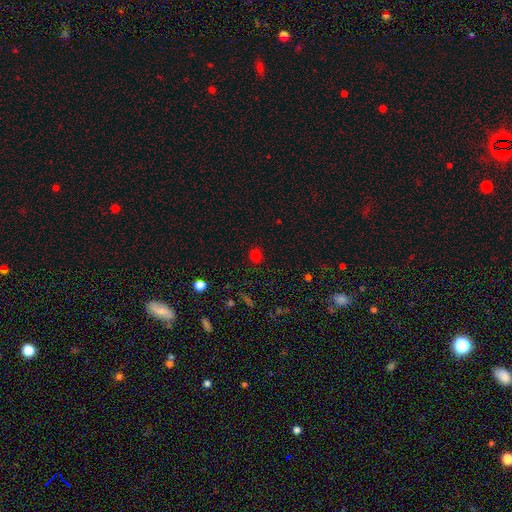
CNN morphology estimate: The model was most divided on "smooth or featured": smooth: 74%, star or artifact: 21%, featured or disk: 5%. More confident: merging — none (88%); how rounded — round (84%).